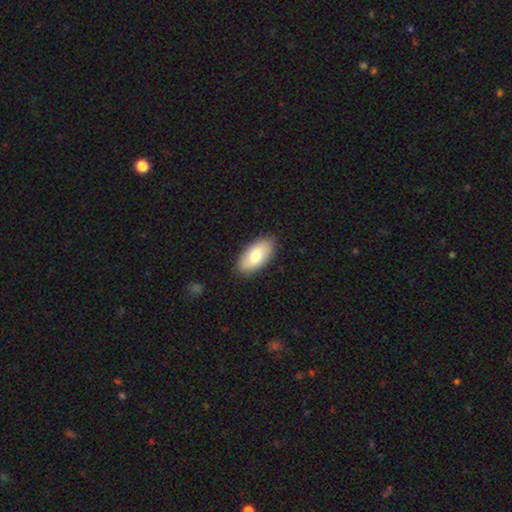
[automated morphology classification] smooth_or_featured: smooth (p=0.75) [alt: featured or disk p=0.19]
how_rounded: in between (p=0.93) [alt: cigar-shaped p=0.04]
merging: none (p=0.88) [alt: minor disturbance p=0.09]